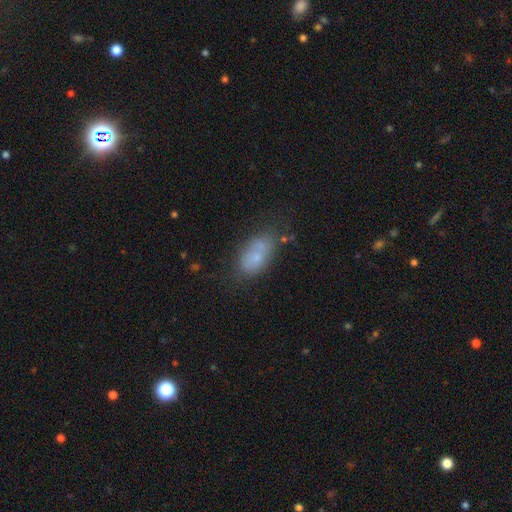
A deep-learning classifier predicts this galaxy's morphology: This appears to be a smooth galaxy with no disk features (67%) that is in between round and cigar-shaped (87%). Merging: none (51%).